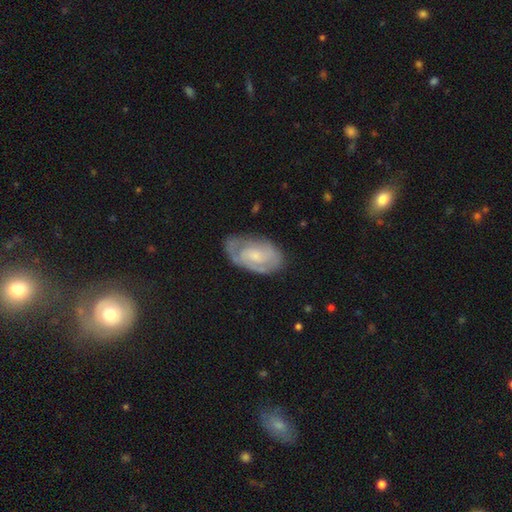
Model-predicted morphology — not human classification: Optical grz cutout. It shows a featured or disk galaxy (68%) with no bar (63%), 2 (47%) tight (57%) spiral arms (84%) and a small central bulge (58%). Merging: none (68%).